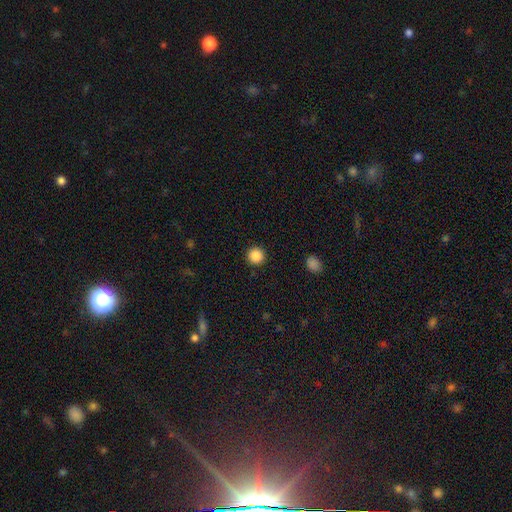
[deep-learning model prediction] Smooth or featured?
  - smooth: 87% *
  - star or artifact: 10%
  - featured or disk: 3%
How rounded?
  - round: 95% *
  - in between: 4%
  - cigar-shaped: 1%
Merging?
  - none: 93% *
  - minor disturbance: 5%
  - major disturbance: 2%
  - merger: 1%